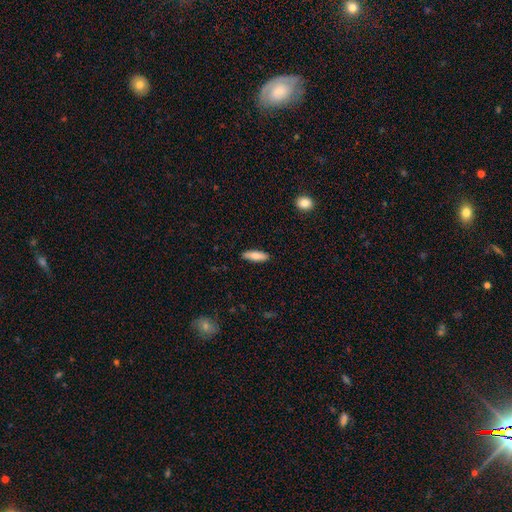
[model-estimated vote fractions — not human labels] This appears to be a smooth galaxy with no disk features (80%) that is cigar-shaped (49%, tied with in between). Merging: none (89%).